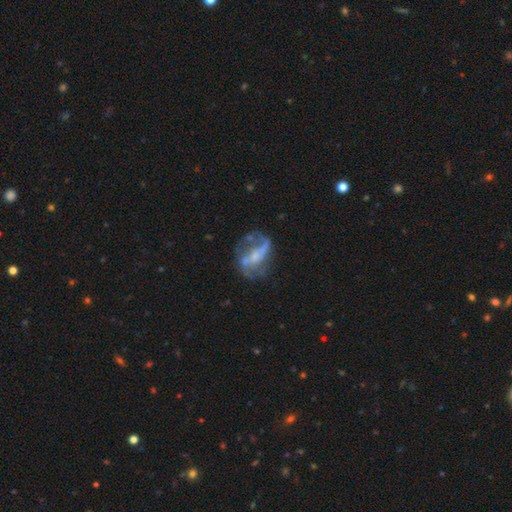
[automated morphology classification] Q: Smooth or featured?
A: featured or disk (75%); runner-up: smooth (16%)
Q: Edge-on disk?
A: no (96%); runner-up: yes (4%)
Q: Bar?
A: no (40%); runner-up: weak (37%)
Q: Spiral arms?
A: yes (75%); runner-up: no (25%)
Q: Spiral winding?
A: loose (56%); runner-up: medium (32%)
Q: Spiral arm count?
A: 2 (67%); runner-up: can't tell (14%)
Q: Bulge size?
A: small (43%); runner-up: moderate (30%)
Q: Merging?
A: none (50%); runner-up: major disturbance (24%)